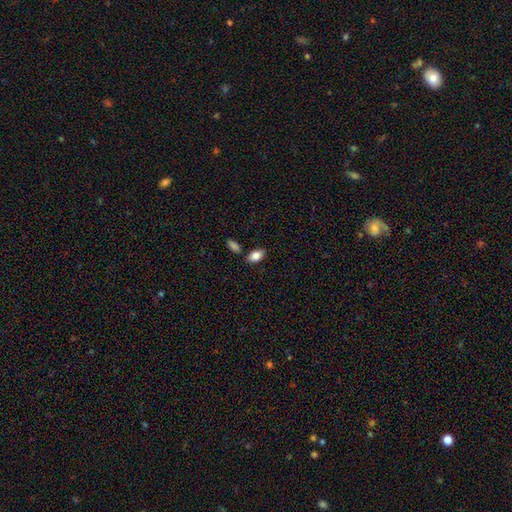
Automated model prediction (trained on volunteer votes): A smooth galaxy with no disk features (82%) that is in between round and cigar-shaped (91%).

Vote fractions:
- Smooth or featured? smooth: 82% / featured or disk: 10% / star or artifact: 7%
- How rounded? in between: 91% / round: 5% / cigar-shaped: 4%
- Merging? none: 78% / minor disturbance: 11% / merger: 8% / major disturbance: 3%